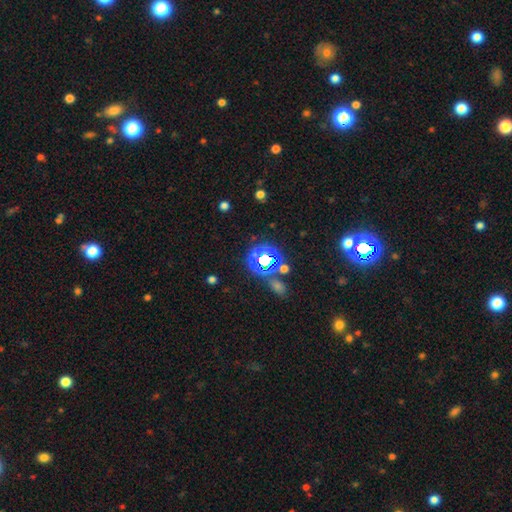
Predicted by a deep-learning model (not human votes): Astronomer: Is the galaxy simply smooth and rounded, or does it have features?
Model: star or artifact — 65%.